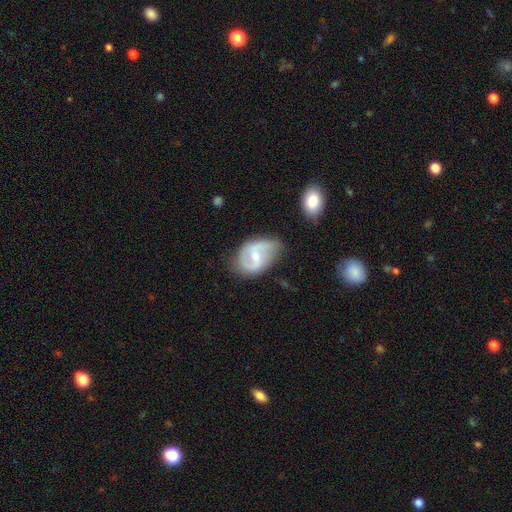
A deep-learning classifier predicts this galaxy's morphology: This appears to be a featured or disk galaxy (74%) with a weak bar (50%), 2 (84%) loose (43%) spiral arms (85%) and a moderate central bulge (56%). Merging: none (62%).